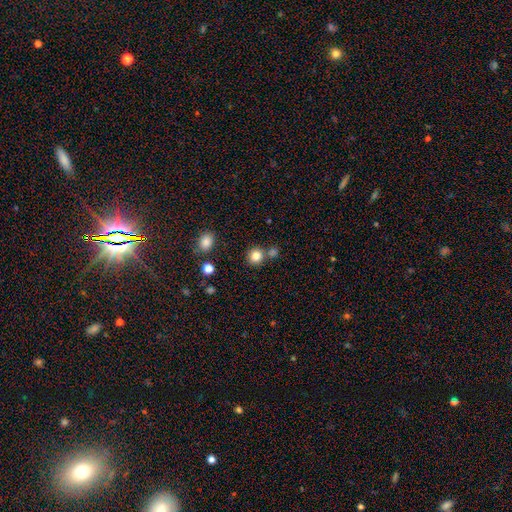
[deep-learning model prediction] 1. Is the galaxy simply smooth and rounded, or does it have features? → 82% smooth, 12% star or artifact, 6% featured or disk.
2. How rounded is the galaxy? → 88% round, 11% in between, 1% cigar-shaped.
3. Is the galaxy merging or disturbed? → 73% none, 15% merger, 9% minor disturbance, 3% major disturbance.